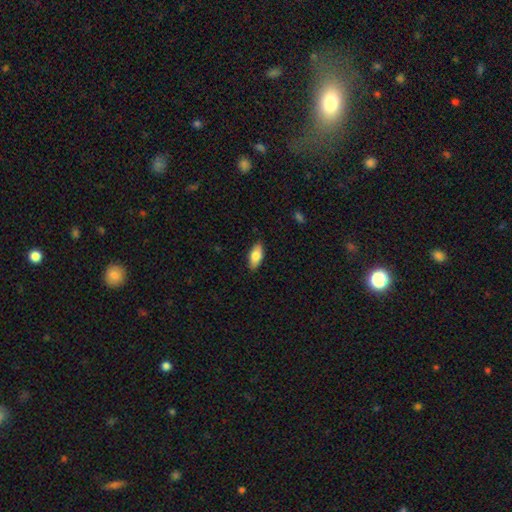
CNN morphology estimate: Q: Smooth or featured?
A: smooth (79%); runner-up: featured or disk (15%)
Q: How rounded?
A: in between (87%); runner-up: cigar-shaped (11%)
Q: Merging?
A: none (87%); runner-up: minor disturbance (10%)